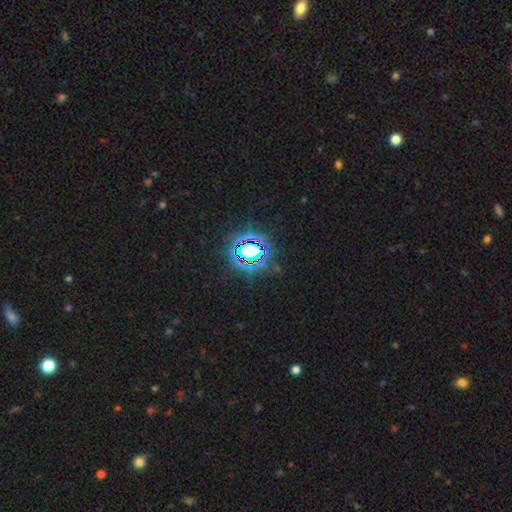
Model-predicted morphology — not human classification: The model was most divided on "smooth or featured": star or artifact: 71%, smooth: 18%, featured or disk: 11%.